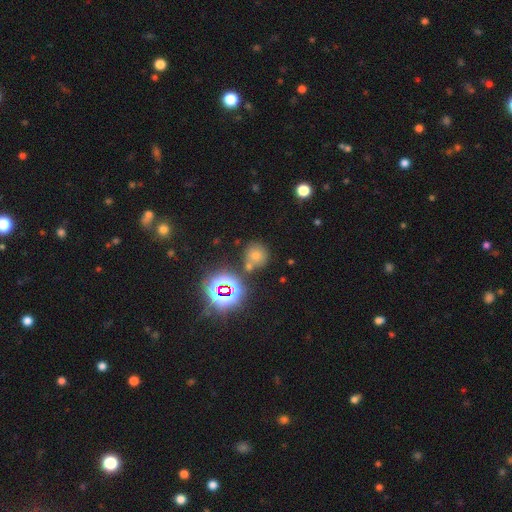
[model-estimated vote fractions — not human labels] smooth-or-featured: smooth: 62% | star or artifact: 27% | featured or disk: 11%
  how-rounded: round: 86% | in between: 13% | cigar-shaped: 1%
  merging: none: 61% | merger: 23% | minor disturbance: 12% | major disturbance: 5%